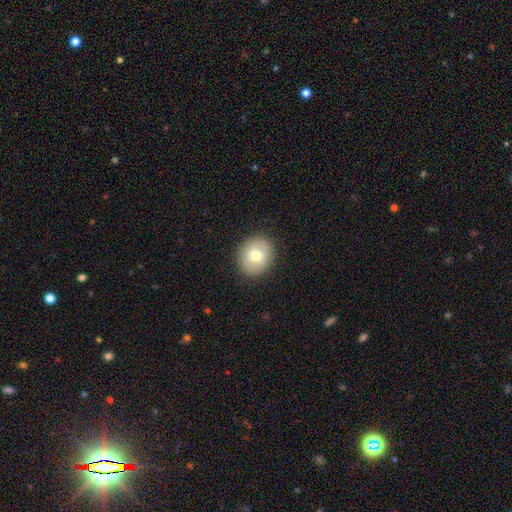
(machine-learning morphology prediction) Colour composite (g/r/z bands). It shows a smooth galaxy with no disk features (72%) that is round (74%). Merging: none (88%).